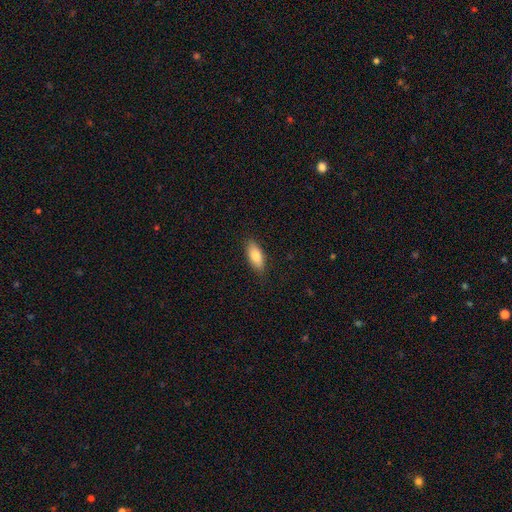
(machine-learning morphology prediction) This appears to be a smooth galaxy with no disk features (82%) that is in between round and cigar-shaped (77%). Merging: none (87%).